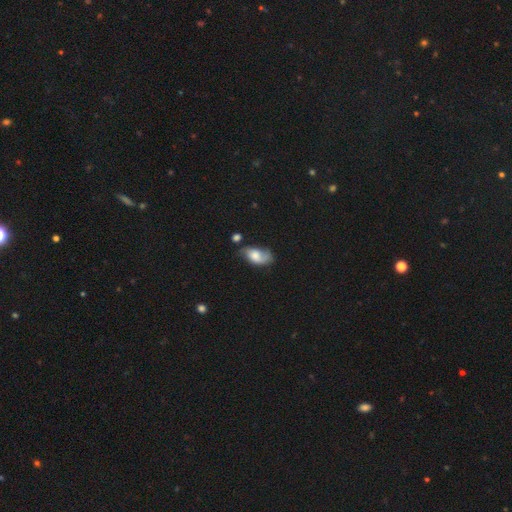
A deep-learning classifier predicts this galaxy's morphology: Q: Smooth or featured?
A: smooth (49%); runner-up: featured or disk (42%)
Q: Merging?
A: none (43%); runner-up: minor disturbance (32%)